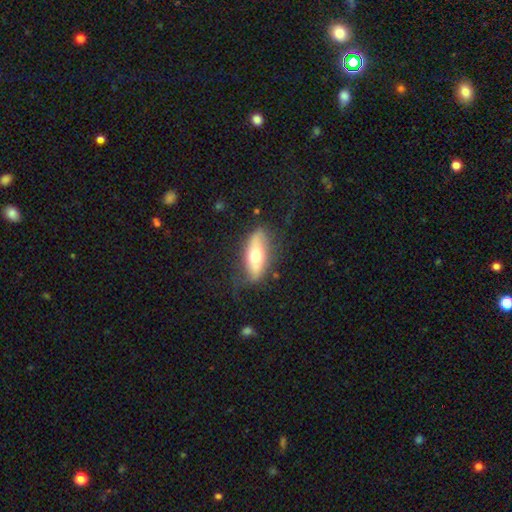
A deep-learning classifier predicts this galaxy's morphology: The model was most divided on "smooth or featured": smooth: 51%, featured or disk: 43%, star or artifact: 6%. More confident: how rounded — in between (73%); merging — none (69%).